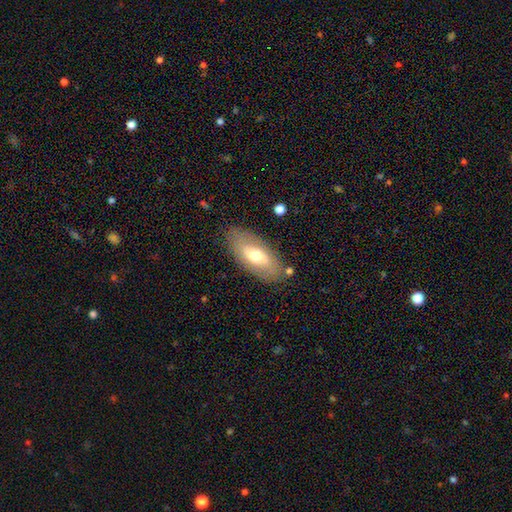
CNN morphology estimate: A smooth galaxy with no disk features (56%) that is in between round and cigar-shaped (88%).

Vote fractions:
- Smooth or featured? smooth: 56% / featured or disk: 38% / star or artifact: 6%
- How rounded? in between: 88% / cigar-shaped: 9% / round: 3%
- Merging? none: 81% / minor disturbance: 13% / major disturbance: 4% / merger: 2%